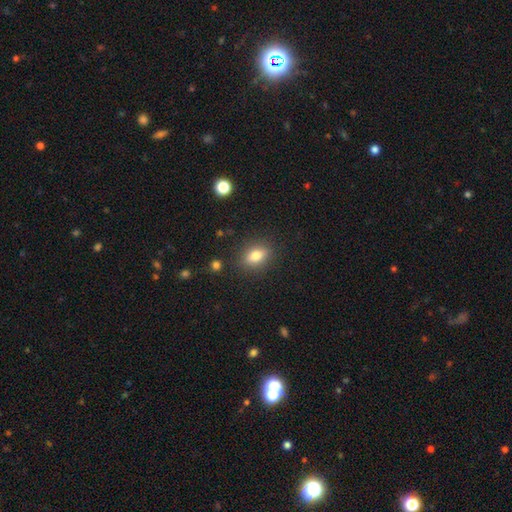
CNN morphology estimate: This appears to be a smooth galaxy with no disk features (79%) that is in between round and cigar-shaped (74%). Merging: none (86%).